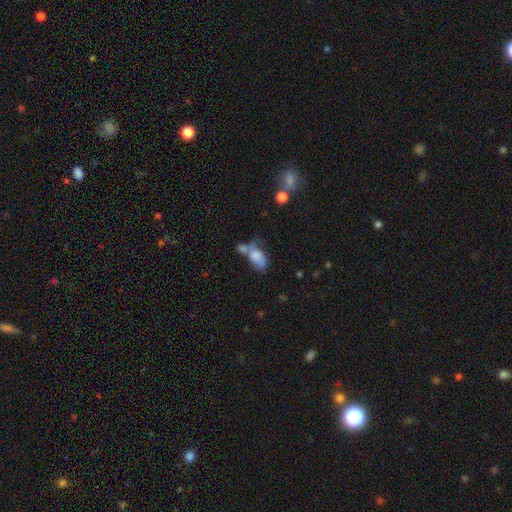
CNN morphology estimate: A smooth galaxy with no disk features (68%) that is in between round and cigar-shaped (85%).

Vote fractions:
- Smooth or featured? smooth: 68% / featured or disk: 22% / star or artifact: 10%
- How rounded? in between: 85% / round: 13% / cigar-shaped: 3%
- Merging? merger: 49% / none: 19% / major disturbance: 16% / minor disturbance: 15%